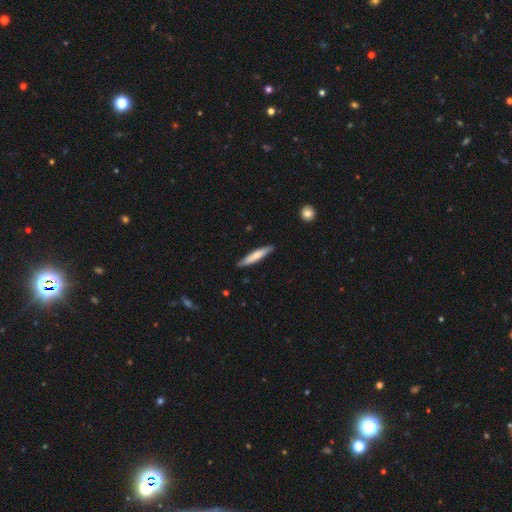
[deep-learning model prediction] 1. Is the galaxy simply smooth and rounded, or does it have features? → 68% smooth, 27% featured or disk, 5% star or artifact.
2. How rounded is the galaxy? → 91% cigar-shaped, 8% in between, 1% round.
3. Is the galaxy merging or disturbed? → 86% none, 11% minor disturbance, 2% major disturbance, 1% merger.